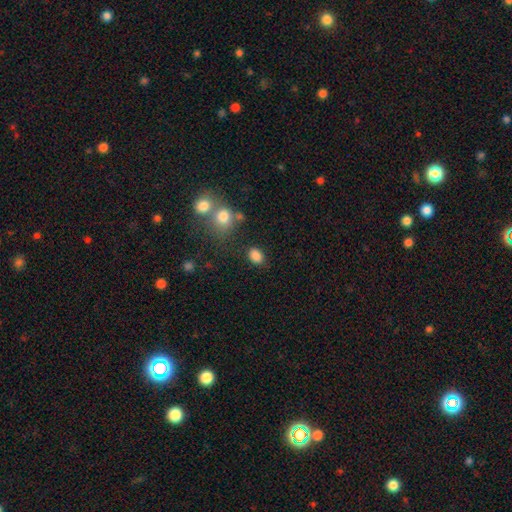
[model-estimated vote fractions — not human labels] smooth 85%, star or artifact 11%, featured or disk 4%. Down the decision tree: how rounded — in between (72%); merging — none (76%).